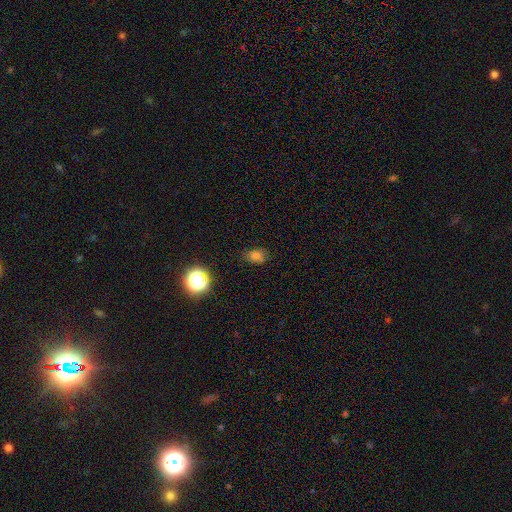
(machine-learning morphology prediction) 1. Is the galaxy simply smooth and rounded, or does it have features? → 67% smooth, 21% star or artifact, 13% featured or disk.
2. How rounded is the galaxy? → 61% in between, 38% round, 2% cigar-shaped.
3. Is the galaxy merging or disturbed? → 74% none, 19% minor disturbance, 5% major disturbance, 2% merger.